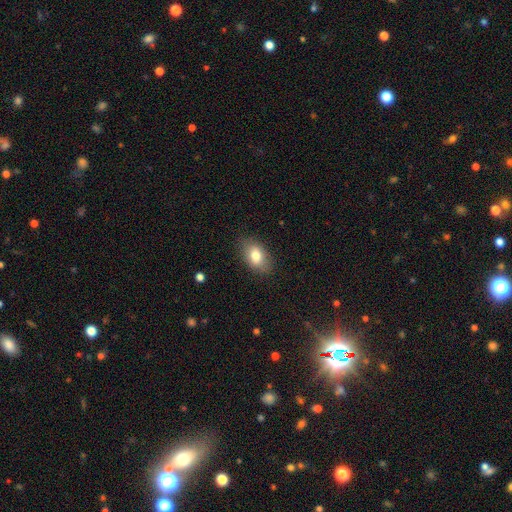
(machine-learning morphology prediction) This appears to be a smooth galaxy with no disk features (79%) that is in between round and cigar-shaped (87%). Merging: none (83%).